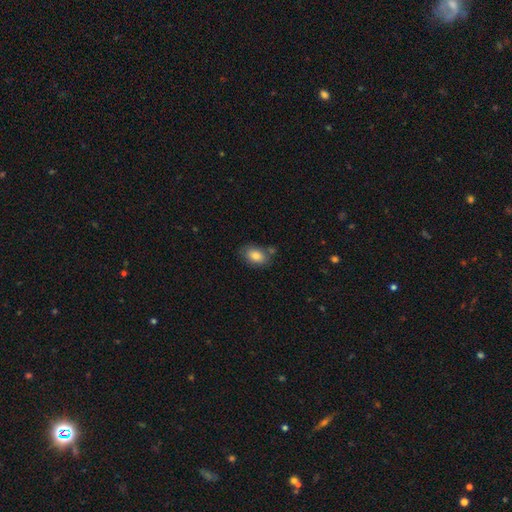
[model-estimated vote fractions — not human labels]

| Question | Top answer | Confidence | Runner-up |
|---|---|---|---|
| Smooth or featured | smooth | 85% | star or artifact (8%) |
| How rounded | in between | 87% | round (11%) |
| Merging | none | 68% | minor disturbance (18%) |